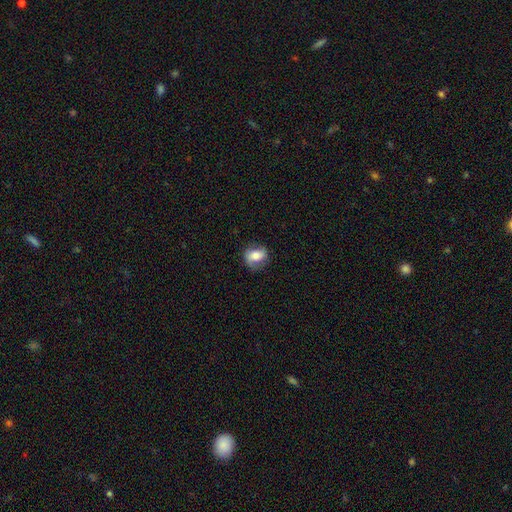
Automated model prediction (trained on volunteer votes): A smooth galaxy with no disk features (58%) that is in between round and cigar-shaped (49%, tied with round). Merging: none (75%).